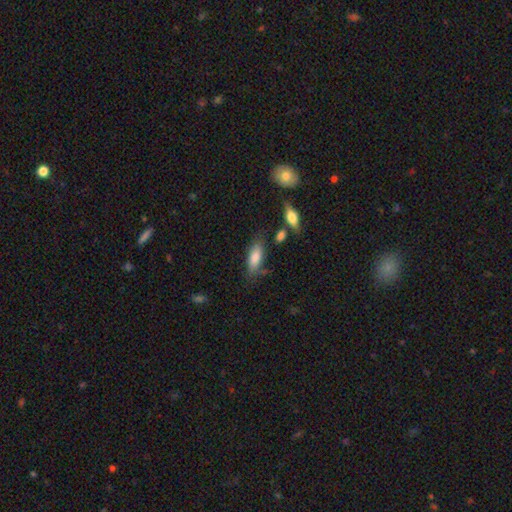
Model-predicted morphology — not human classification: This appears to be a smooth galaxy with no disk features (82%) that is in between round and cigar-shaped (77%). Merging: none (60%).